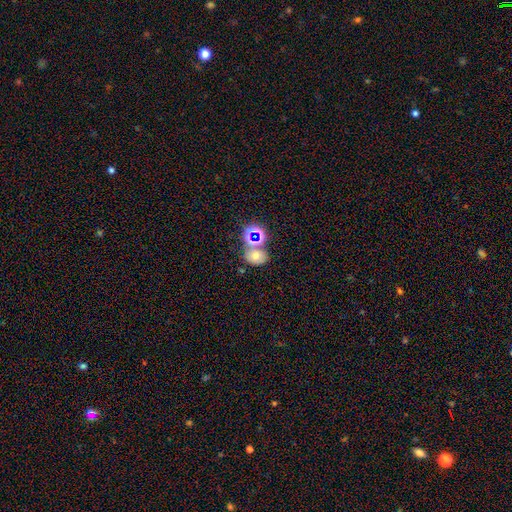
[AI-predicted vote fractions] A smooth galaxy with no disk features (57%) that is in between round and cigar-shaped (58%). Merging: none (54%).